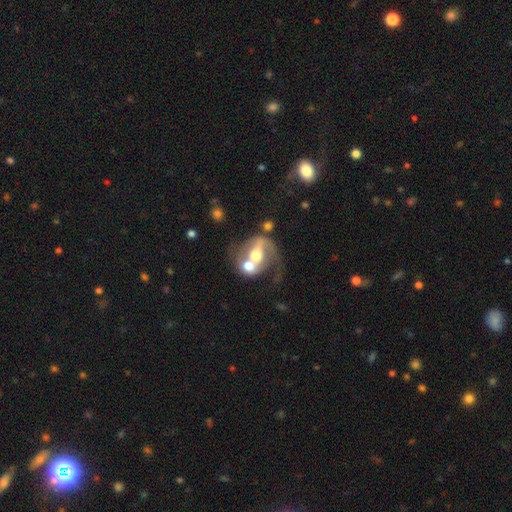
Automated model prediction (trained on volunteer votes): The model was most divided on "bulge size": moderate: 54%, large: 27%, small: 10%, dominant: 5%, none: 4%. More confident: edge-on disk — no (96%); spiral arms — yes (65%); smooth or featured — featured or disk (61%); merging — merger (59%); bar — no (56%).